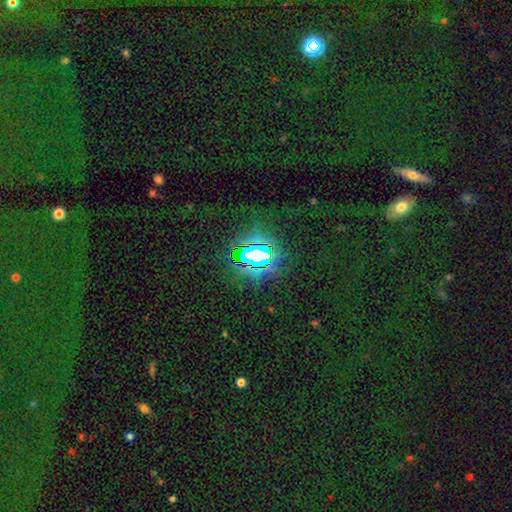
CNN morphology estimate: Smooth or featured?
  - star or artifact: 78% *
  - smooth: 12%
  - featured or disk: 10%